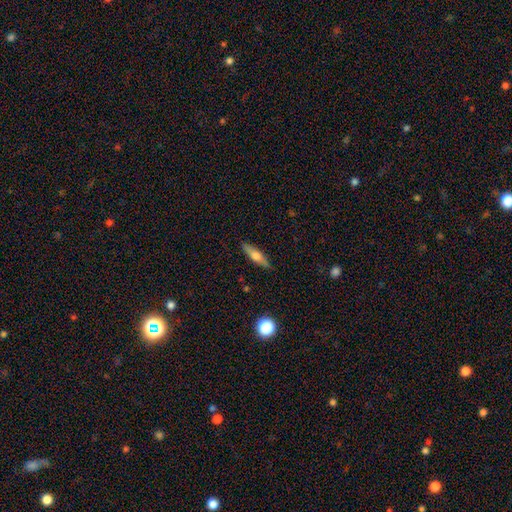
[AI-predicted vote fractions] Morphology: type=smooth (51%); roundness=cigar-shaped (68%); merging=none (86%).